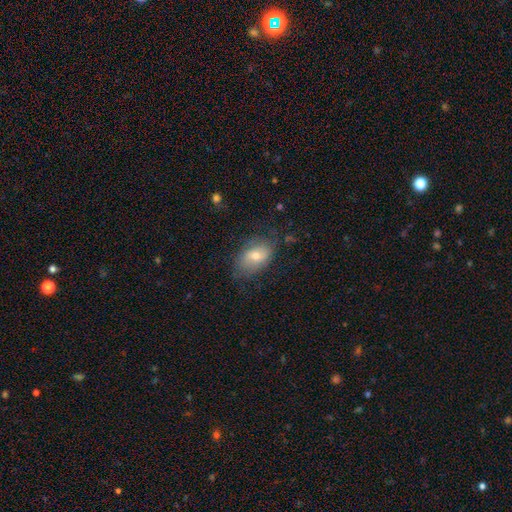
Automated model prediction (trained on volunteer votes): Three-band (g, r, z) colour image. It shows a smooth galaxy with no disk features (65%) that is in between round and cigar-shaped (86%). Merging: none (66%).